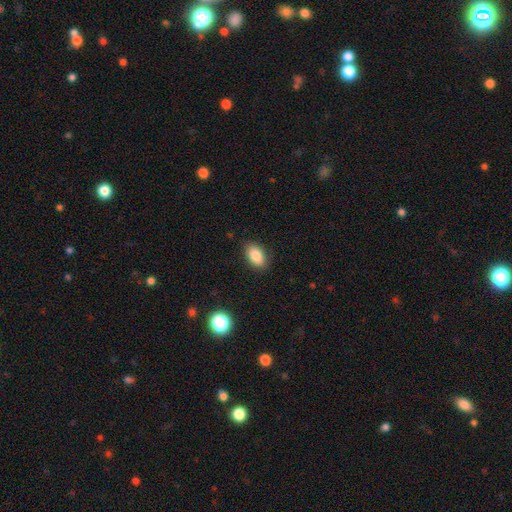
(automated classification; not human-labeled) Smooth or featured? smooth (85%)
How rounded? in between (90%)
Merging? none (86%)